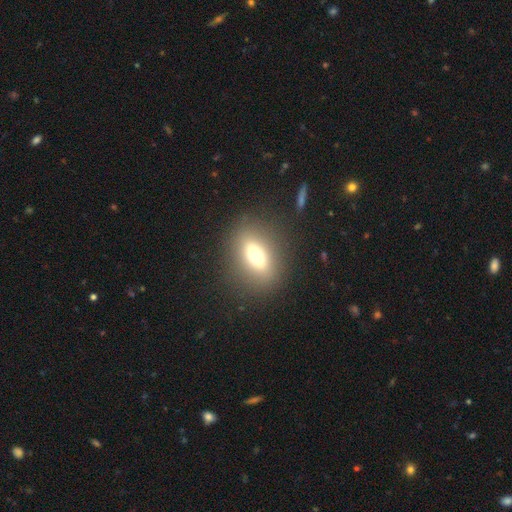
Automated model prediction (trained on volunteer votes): A smooth galaxy with no disk features (60%) that is in between round and cigar-shaped (66%).

Vote fractions:
- Smooth or featured? smooth: 60% / featured or disk: 28% / star or artifact: 12%
- How rounded? in between: 66% / cigar-shaped: 18% / round: 15%
- Merging? none: 85% / minor disturbance: 9% / major disturbance: 5% / merger: 2%